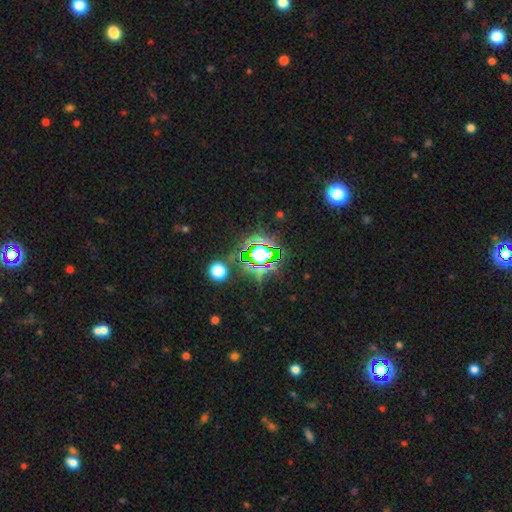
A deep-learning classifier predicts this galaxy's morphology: This appears to be a star or artifact, not a galaxy (76%).